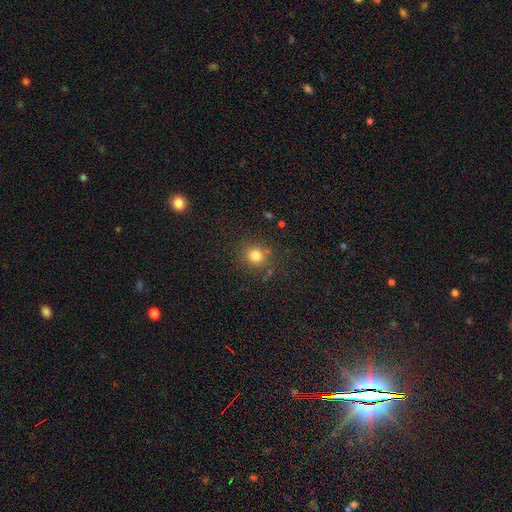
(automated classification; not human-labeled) smooth 79%, star or artifact 14%, featured or disk 6%. Down the decision tree: how rounded — round (84%); merging — none (82%).